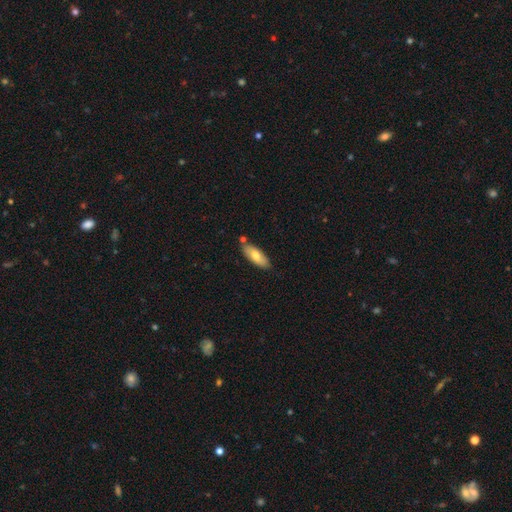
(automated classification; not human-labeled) smooth 73%, featured or disk 21%, star or artifact 6%. Down the decision tree: how rounded — in between (70%); merging — none (78%).